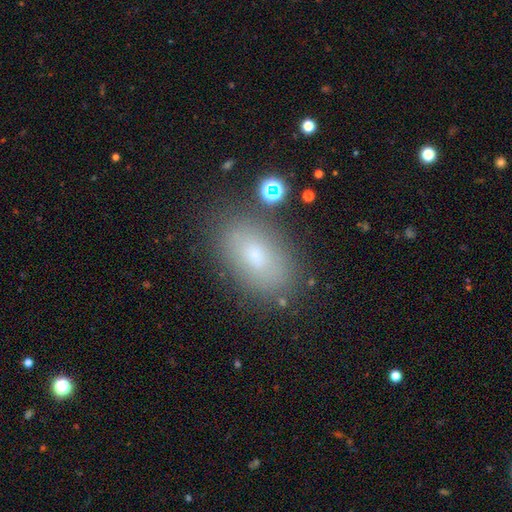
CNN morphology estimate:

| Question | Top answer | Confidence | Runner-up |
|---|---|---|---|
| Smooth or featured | smooth | 69% | featured or disk (18%) |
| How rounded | in between | 89% | round (8%) |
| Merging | none | 80% | minor disturbance (13%) |